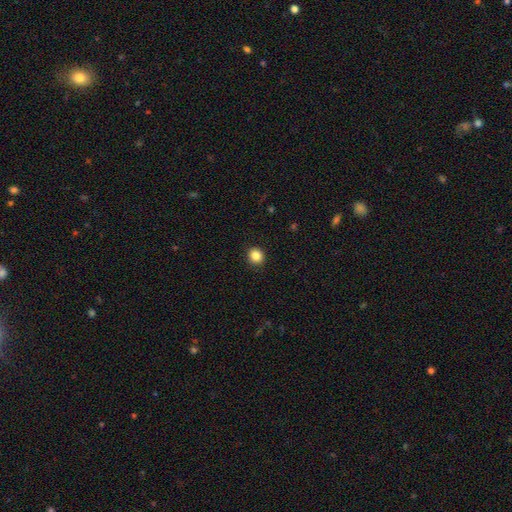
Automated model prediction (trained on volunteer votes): Smooth or featured? smooth (85%)
How rounded? round (87%)
Merging? none (92%)